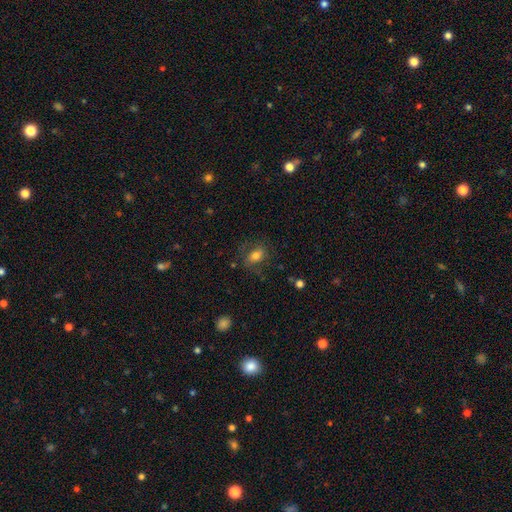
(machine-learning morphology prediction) This is likely a smooth galaxy (71%). How rounded: likely in between (77%). Merging: likely none (70%).